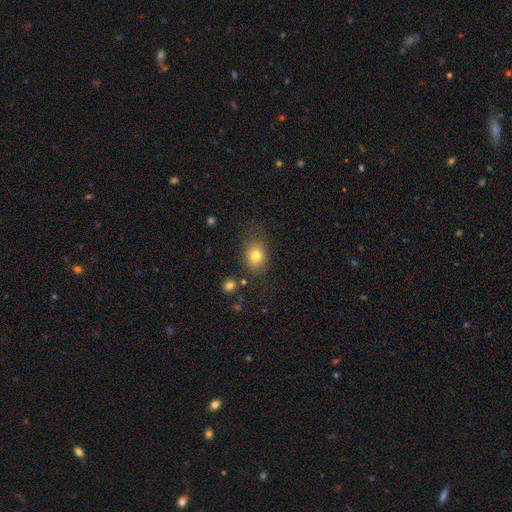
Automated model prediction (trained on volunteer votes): smooth 78%, star or artifact 12%, featured or disk 11%. Down the decision tree: how rounded — in between (57%); merging — none (74%).